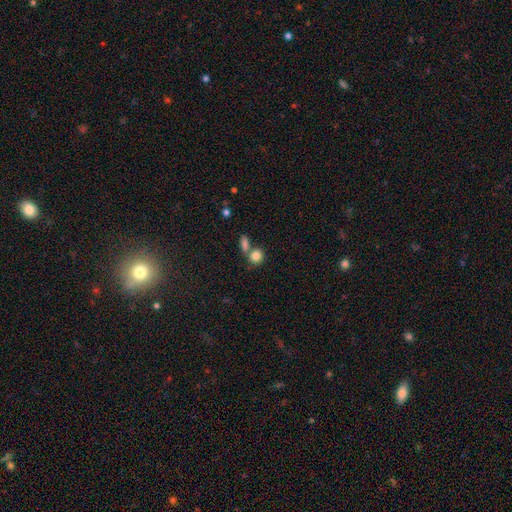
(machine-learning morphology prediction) This is clearly a smooth galaxy (83%). How rounded: likely round (78%). Merging: possibly none (50%).